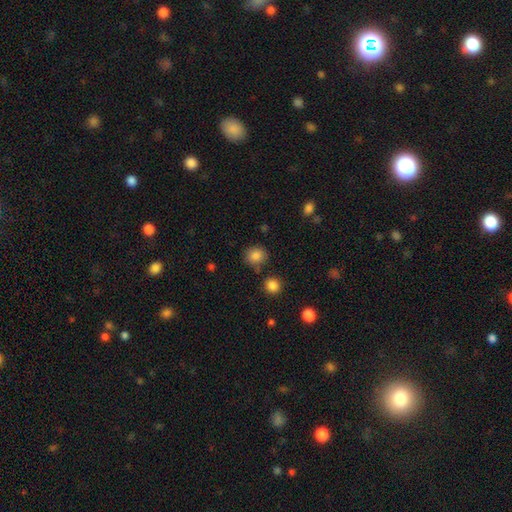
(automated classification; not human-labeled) This appears to be a smooth galaxy with no disk features (85%) that is round (83%). Merging: none (77%).